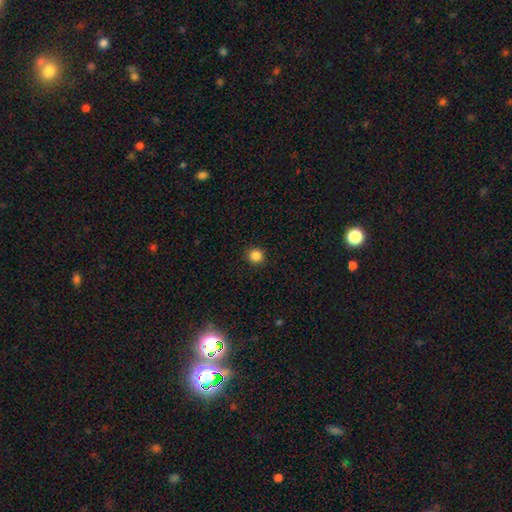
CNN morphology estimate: Smooth or featured: smooth — 85% (star or artifact — 11%)
How rounded: round — 94% (in between — 5%)
Merging: none — 92% (minor disturbance — 5%)